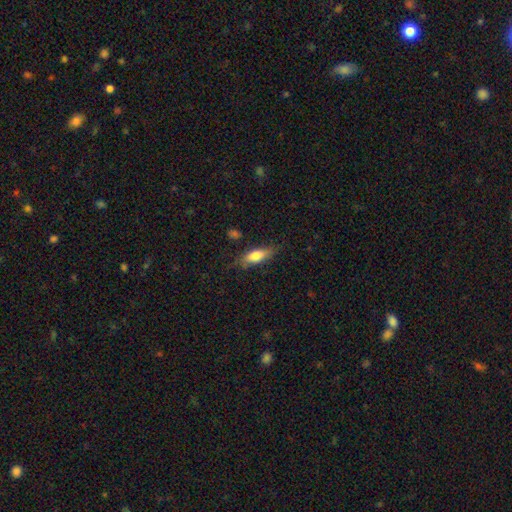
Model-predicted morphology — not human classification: smooth_or_featured: smooth (p=0.74) [alt: featured or disk p=0.20]
how_rounded: in between (p=0.63) [alt: cigar-shaped p=0.35]
merging: none (p=0.74) [alt: minor disturbance p=0.19]